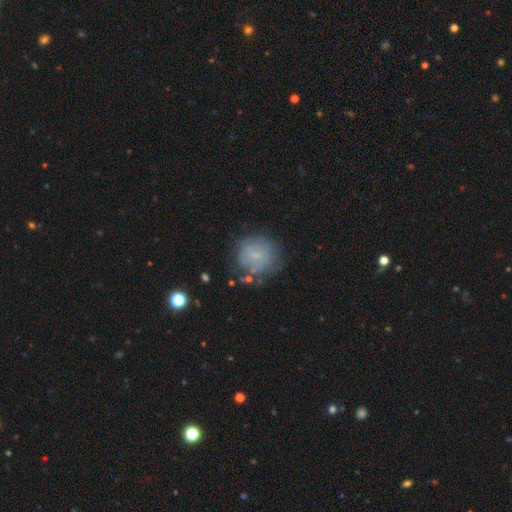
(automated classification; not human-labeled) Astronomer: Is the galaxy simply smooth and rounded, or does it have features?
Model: smooth — 59%.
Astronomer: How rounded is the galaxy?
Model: round — 88%.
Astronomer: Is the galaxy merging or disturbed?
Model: none — 67%.